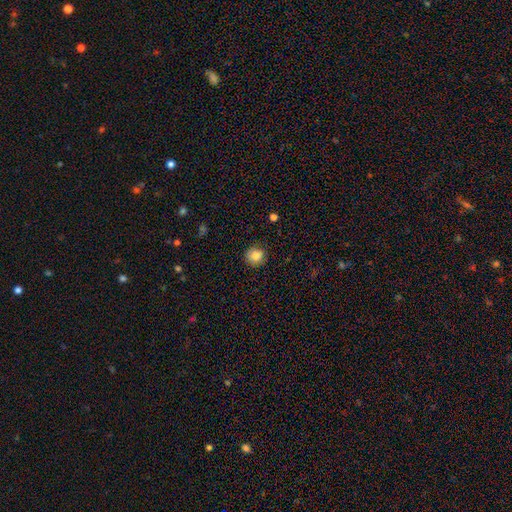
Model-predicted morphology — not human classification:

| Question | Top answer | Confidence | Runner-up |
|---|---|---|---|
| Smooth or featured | smooth | 83% | star or artifact (10%) |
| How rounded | round | 89% | in between (10%) |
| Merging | none | 87% | minor disturbance (10%) |